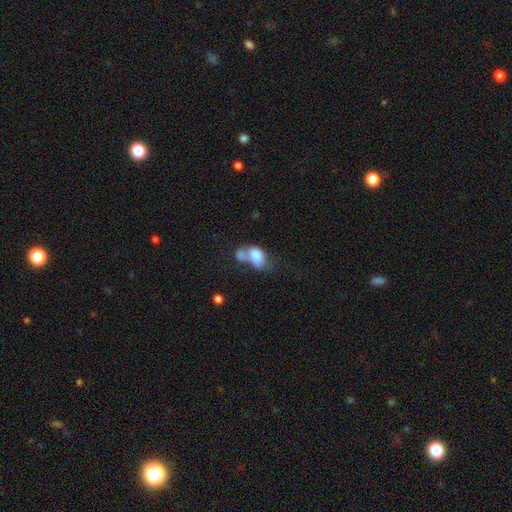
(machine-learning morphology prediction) smooth-or-featured: smooth: 76% | featured or disk: 16% | star or artifact: 8%
  how-rounded: in between: 85% | round: 13% | cigar-shaped: 2%
  merging: merger: 62% | none: 18% | minor disturbance: 11% | major disturbance: 10%